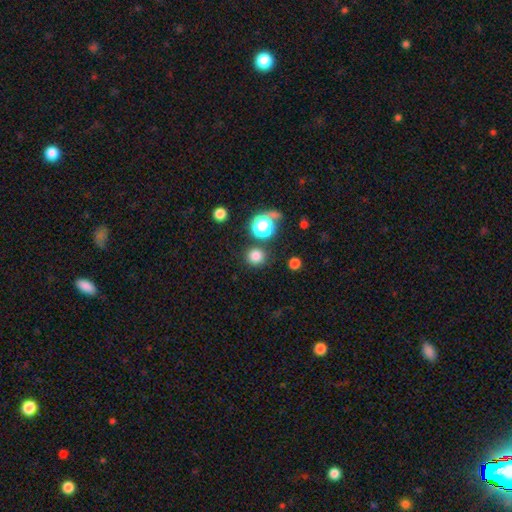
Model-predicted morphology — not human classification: type=smooth (78%); roundness=round (93%); merging=none (82%).